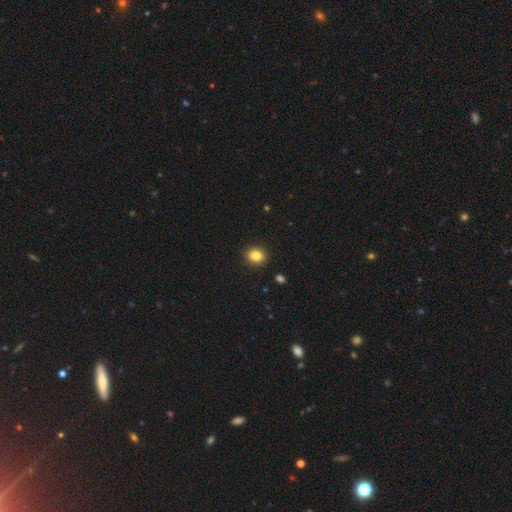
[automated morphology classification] smooth_or_featured: smooth (p=0.85) [alt: star or artifact p=0.10]
how_rounded: round (p=0.63) [alt: in between p=0.36]
merging: none (p=0.91) [alt: minor disturbance p=0.06]